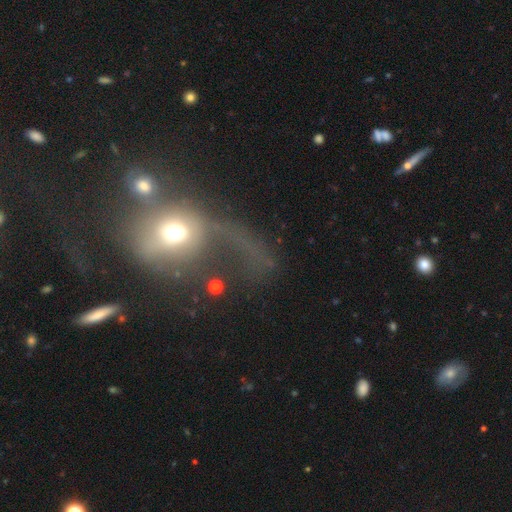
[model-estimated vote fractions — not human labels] The model was most divided on "smooth or featured": smooth: 42%, featured or disk: 37%, star or artifact: 20%. More confident: merging — major disturbance (51%).